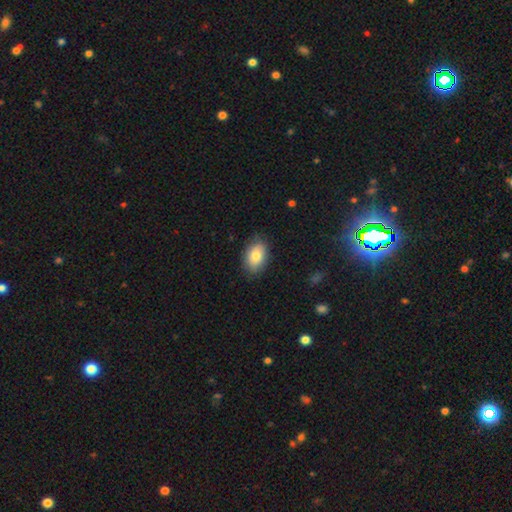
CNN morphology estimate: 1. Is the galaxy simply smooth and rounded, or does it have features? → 81% smooth, 12% featured or disk, 7% star or artifact.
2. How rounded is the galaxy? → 87% in between, 11% round, 1% cigar-shaped.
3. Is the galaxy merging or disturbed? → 84% none, 12% minor disturbance, 3% major disturbance, 1% merger.